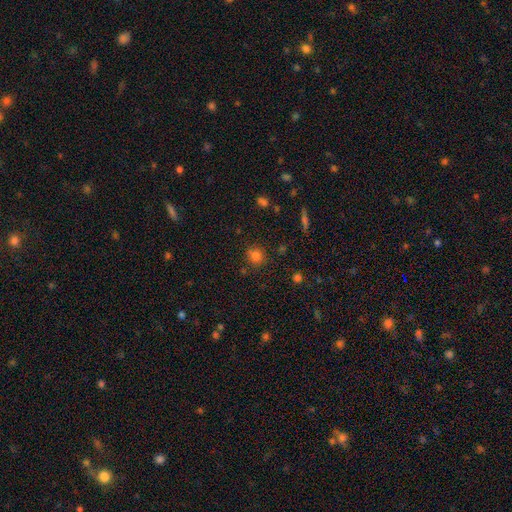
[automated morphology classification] The model was most divided on "smooth or featured": smooth: 78%, star or artifact: 16%, featured or disk: 6%. More confident: how rounded — round (82%); merging — none (79%).